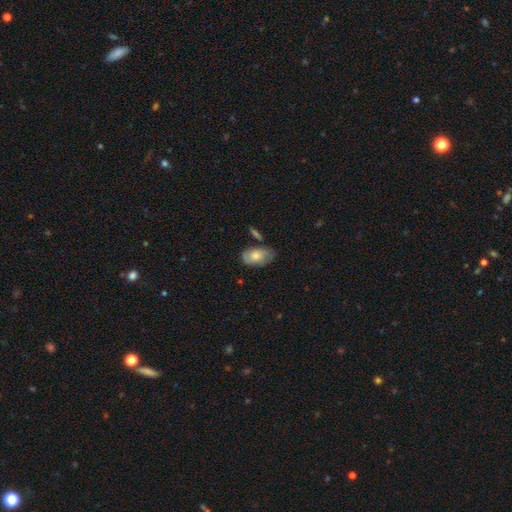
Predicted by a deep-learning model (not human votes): A smooth galaxy with no disk features (62%) that is in between round and cigar-shaped (91%).

Vote fractions:
- Smooth or featured? smooth: 62% / featured or disk: 31% / star or artifact: 6%
- How rounded? in between: 91% / round: 7% / cigar-shaped: 2%
- Merging? none: 62% / minor disturbance: 25% / major disturbance: 7% / merger: 7%